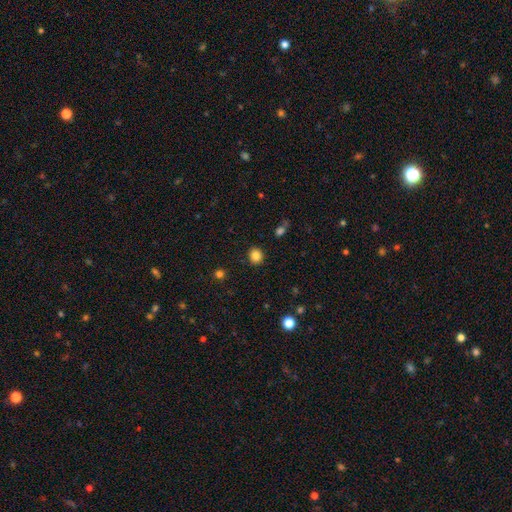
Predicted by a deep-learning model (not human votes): Smooth or featured: smooth — 84% (star or artifact — 11%)
How rounded: round — 81% (in between — 19%)
Merging: none — 90% (minor disturbance — 7%)